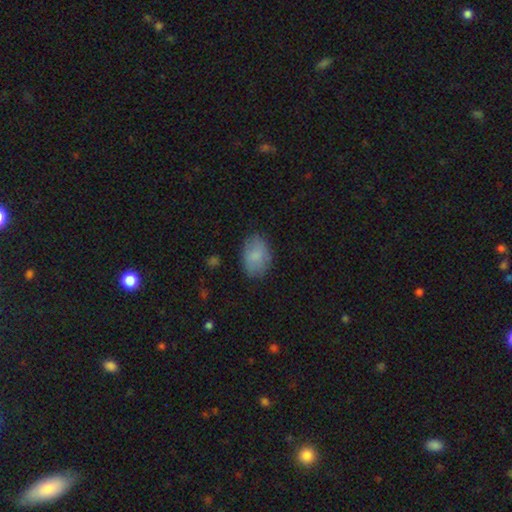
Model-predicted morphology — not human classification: This is clearly a smooth galaxy (81%). How rounded: clearly in between (85%). Merging: likely none (79%).